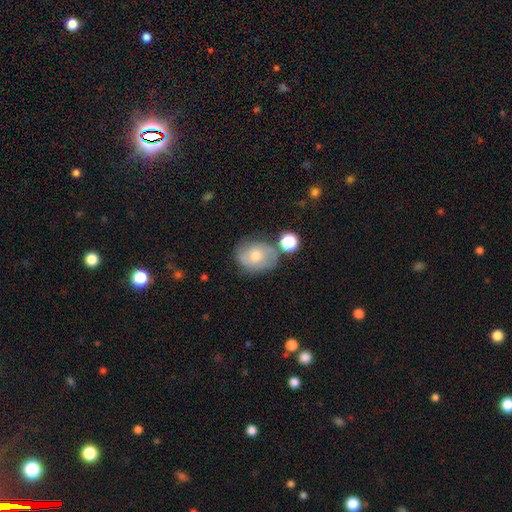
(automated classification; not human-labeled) Smooth or featured?
  - smooth: 50% *
  - featured or disk: 40%
  - star or artifact: 11%
Merging?
  - none: 61% *
  - minor disturbance: 21%
  - merger: 10%
  - major disturbance: 8%